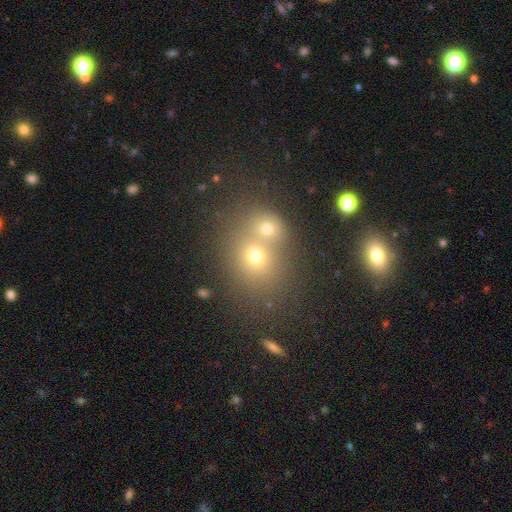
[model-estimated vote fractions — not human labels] This appears to be a smooth galaxy with no disk features (60%) that is round (70%). Merging: merger (49%).